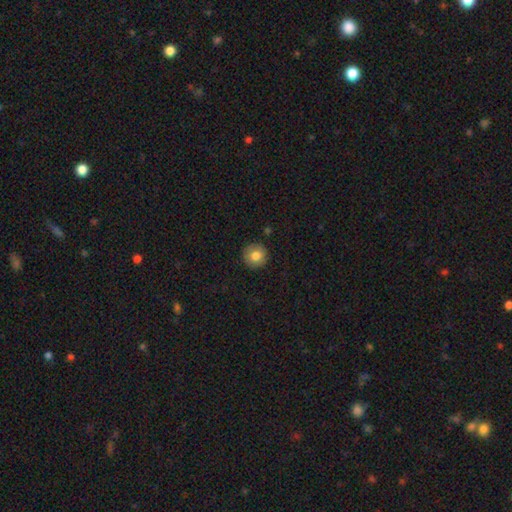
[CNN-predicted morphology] smooth_or_featured: smooth (p=0.82) [alt: featured or disk p=0.10]
how_rounded: round (p=0.95) [alt: in between p=0.04]
merging: none (p=0.91) [alt: minor disturbance p=0.07]